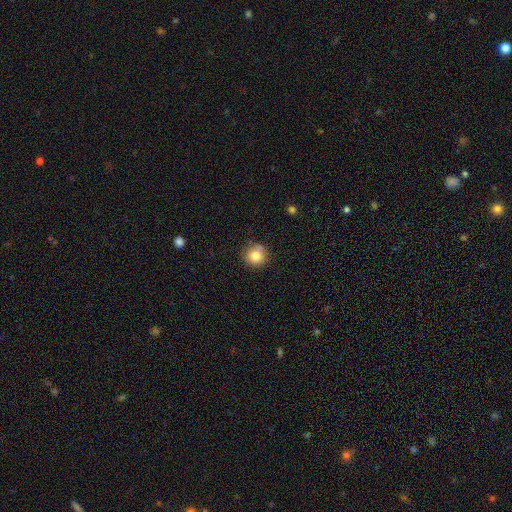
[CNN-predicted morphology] smooth_or_featured: smooth (p=0.82) [alt: star or artifact p=0.11]
how_rounded: round (p=0.92) [alt: in between p=0.07]
merging: none (p=0.76) [alt: minor disturbance p=0.14]